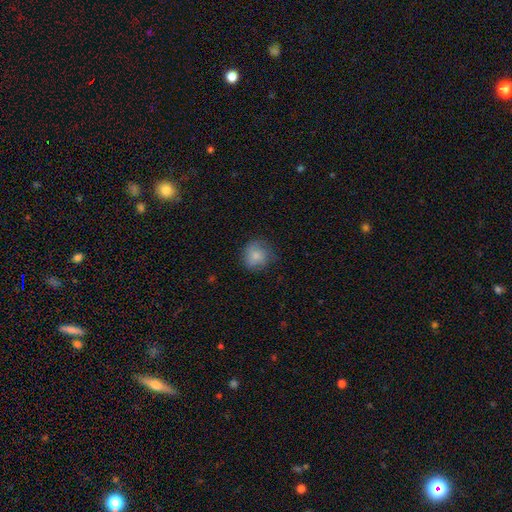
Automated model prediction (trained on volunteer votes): The model was most divided on "merging": none: 74%, minor disturbance: 20%, major disturbance: 6%, merger: 1%. More confident: how rounded — round (88%); smooth or featured — smooth (79%).